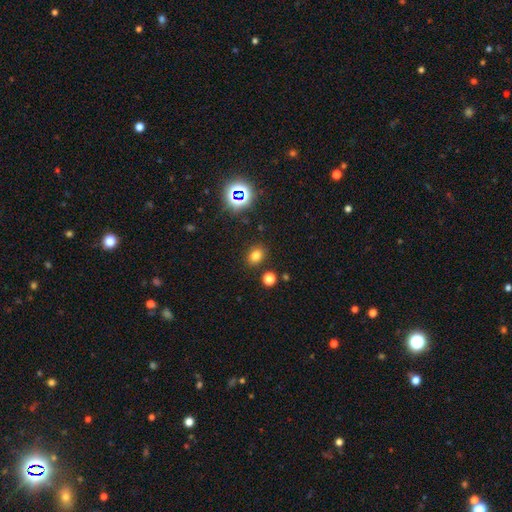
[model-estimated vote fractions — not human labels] Overall: smooth (74%). How rounded: in between (52%; round 47%). Merging: none (85%).